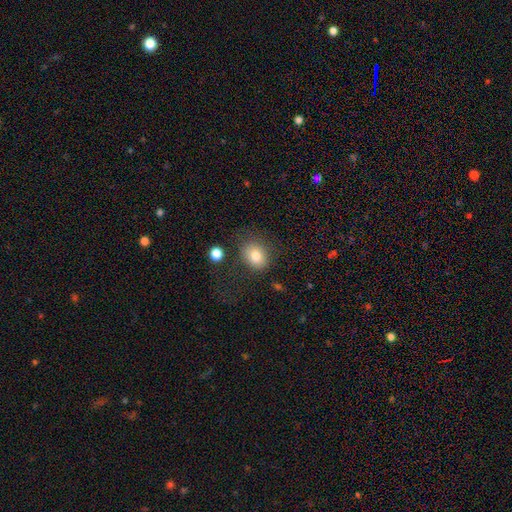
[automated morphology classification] Overall: smooth (81%). How rounded: in between (50%; round 49%). Merging: none (68%).